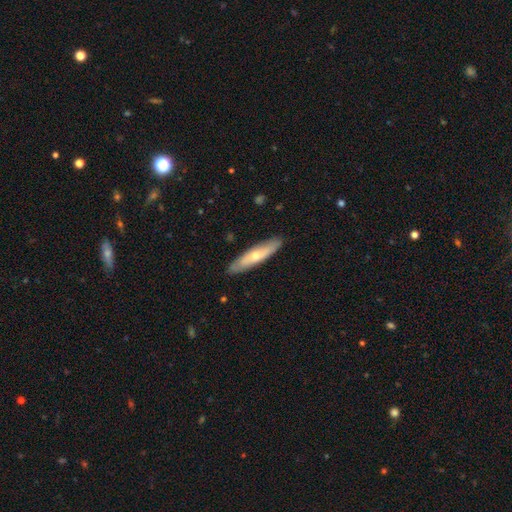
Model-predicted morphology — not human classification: A smooth galaxy with no disk features (50%) that is cigar-shaped (78%). Merging: none (88%).